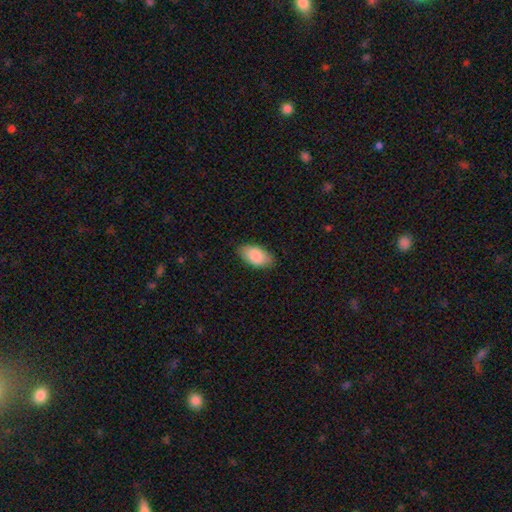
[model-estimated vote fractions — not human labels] Smooth or featured? Predicted: smooth (p=0.87). How rounded? Predicted: in between (p=0.95). Merging? Predicted: none (p=0.83).